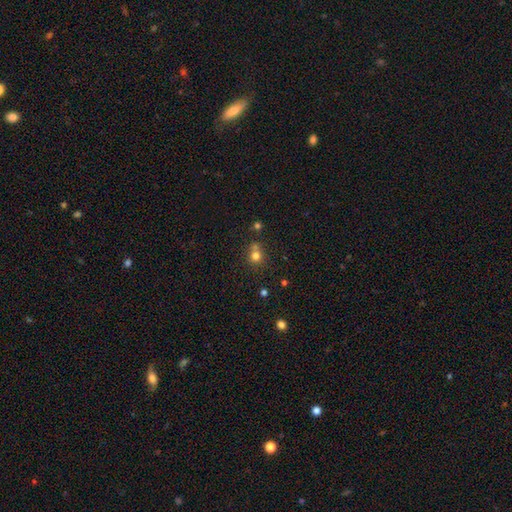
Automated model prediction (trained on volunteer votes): This is likely a smooth galaxy (75%). How rounded: clearly round (86%). Merging: possibly none (57%).